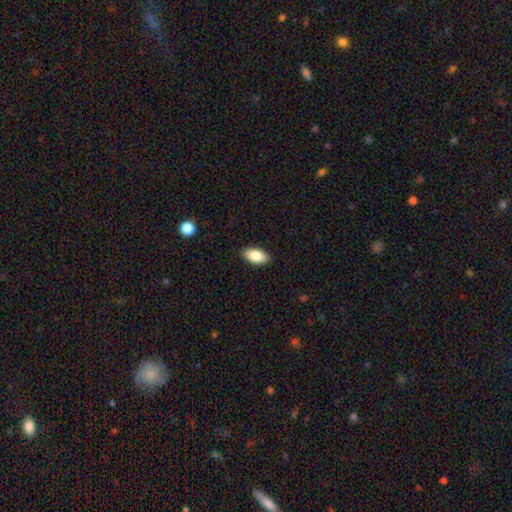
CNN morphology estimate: Smooth or featured? Predicted: smooth (p=0.85). How rounded? Predicted: in between (p=0.93). Merging? Predicted: none (p=0.90).